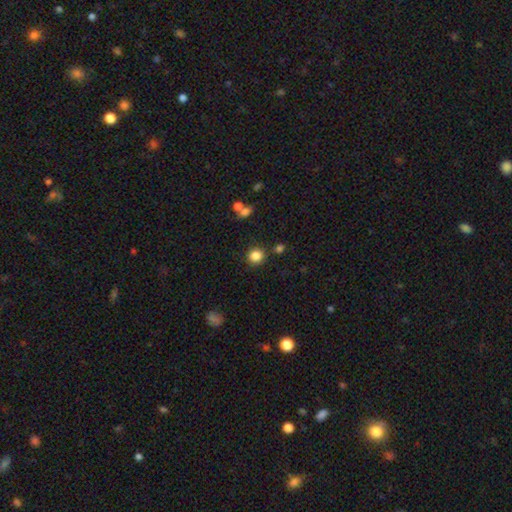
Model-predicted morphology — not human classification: Smooth or featured: smooth — 85% (star or artifact — 11%)
How rounded: round — 87% (in between — 12%)
Merging: none — 85% (minor disturbance — 8%)